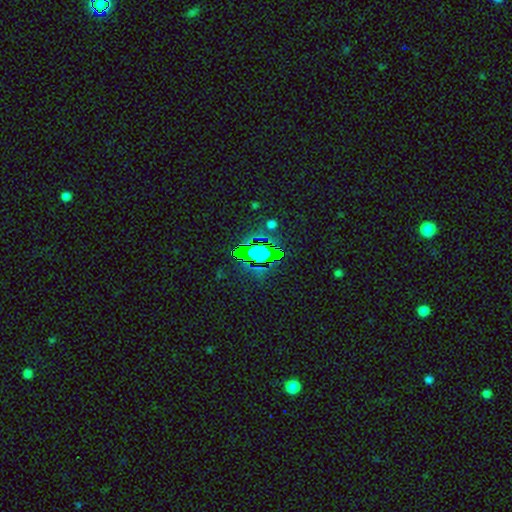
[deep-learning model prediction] This is likely a star or artifact rather than a galaxy (68%).